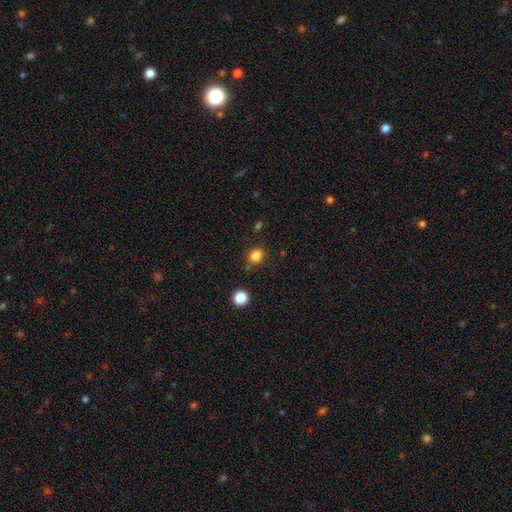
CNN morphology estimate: smooth-or-featured: smooth: 83% | star or artifact: 12% | featured or disk: 4%
  how-rounded: round: 61% | in between: 38% | cigar-shaped: 1%
  merging: none: 78% | minor disturbance: 13% | merger: 5% | major disturbance: 4%